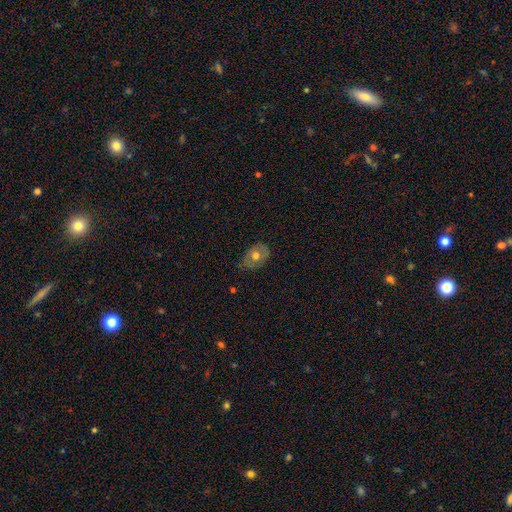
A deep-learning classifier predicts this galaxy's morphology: smooth-or-featured: smooth: 59% | featured or disk: 33% | star or artifact: 8%
  how-rounded: in between: 73% | round: 26% | cigar-shaped: 1%
  merging: none: 77% | minor disturbance: 18% | major disturbance: 4% | merger: 1%